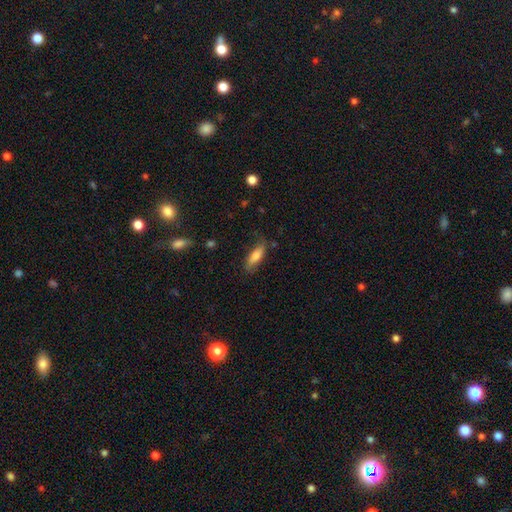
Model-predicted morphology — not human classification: Smooth or featured? smooth (73%)
How rounded? in between (62%)
Merging? none (70%)